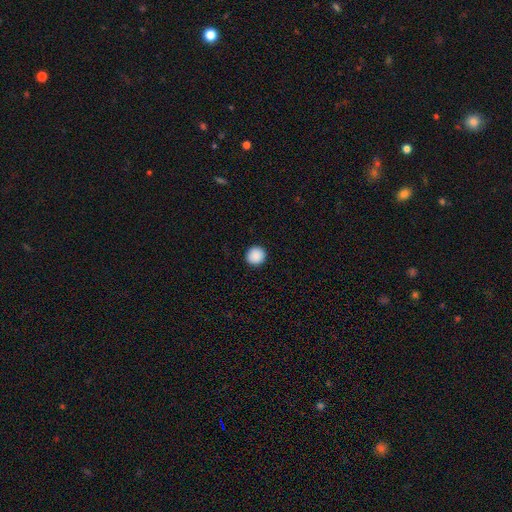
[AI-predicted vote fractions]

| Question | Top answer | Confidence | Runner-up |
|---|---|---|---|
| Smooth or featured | smooth | 90% | star or artifact (8%) |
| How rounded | round | 94% | in between (5%) |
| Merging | none | 93% | minor disturbance (4%) |